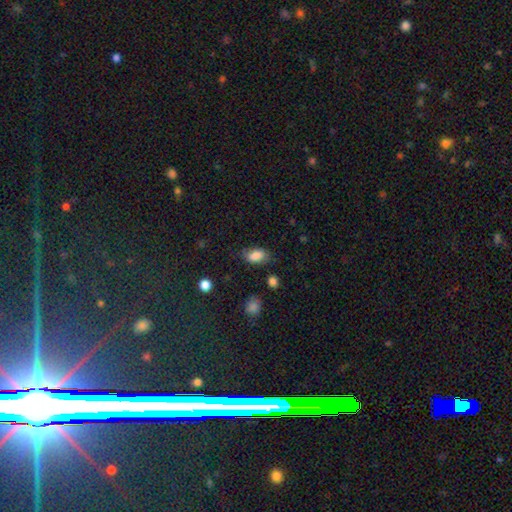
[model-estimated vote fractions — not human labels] Smooth or featured: smooth — 83% (featured or disk — 9%)
How rounded: in between — 90% (round — 7%)
Merging: none — 69% (minor disturbance — 22%)